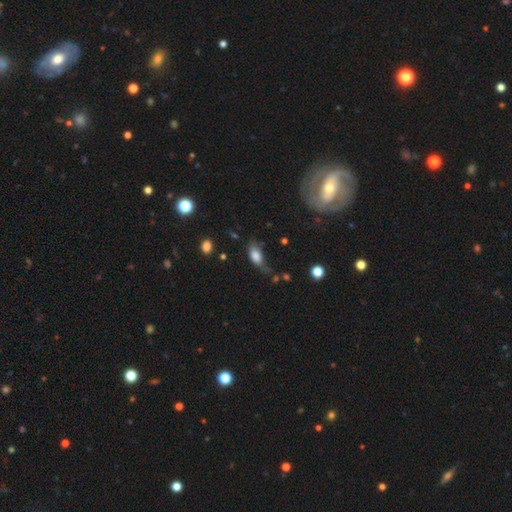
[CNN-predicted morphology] smooth_or_featured: smooth (p=0.79) [alt: featured or disk p=0.12]
how_rounded: in between (p=0.88) [alt: round p=0.06]
merging: none (p=0.38) [alt: minor disturbance p=0.35]